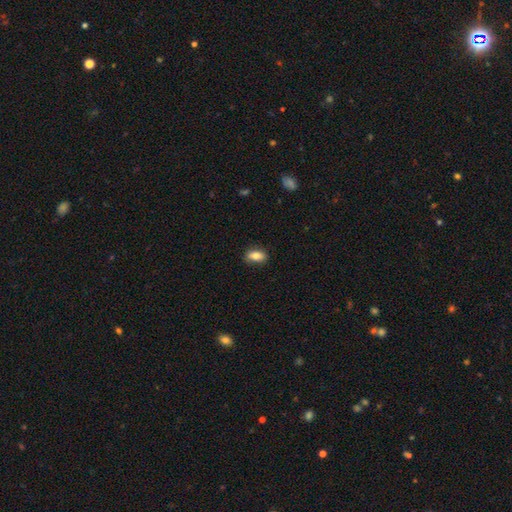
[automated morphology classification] Smooth or featured? smooth (80%)
How rounded? in between (86%)
Merging? none (83%)